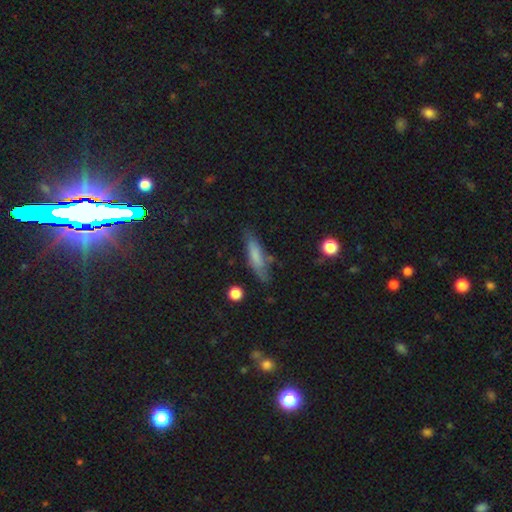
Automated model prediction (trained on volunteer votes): This appears to be a smooth galaxy with no disk features (67%) that is cigar-shaped (72%). Merging: none (69%).